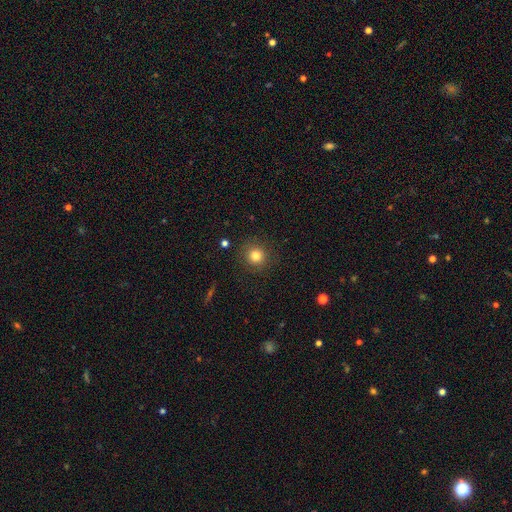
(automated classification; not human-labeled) Smooth or featured: smooth — 81% (star or artifact — 12%)
How rounded: round — 93% (in between — 6%)
Merging: none — 89% (minor disturbance — 7%)